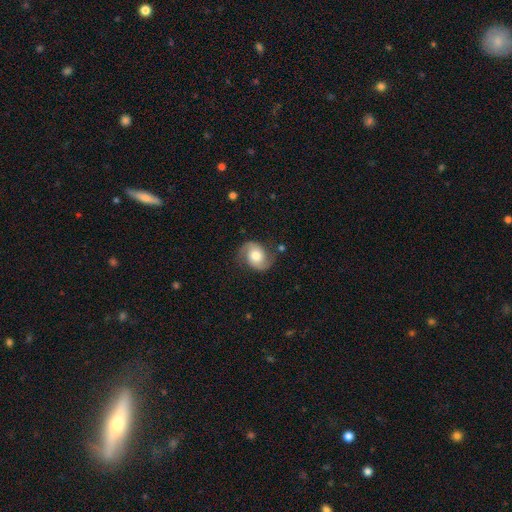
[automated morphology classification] smooth_or_featured: featured or disk (p=0.71) [alt: smooth p=0.22]
disk_edge_on: no (p=0.98) [alt: yes p=0.02]
bar: no (p=0.70) [alt: weak p=0.24]
has_spiral_arms: yes (p=0.92) [alt: no p=0.08]
spiral_winding: medium (p=0.47) [alt: loose p=0.31]
spiral_arm_count: 2 (p=0.91) [alt: can't tell p=0.04]
bulge_size: moderate (p=0.63) [alt: large p=0.20]
merging: none (p=0.75) [alt: minor disturbance p=0.17]